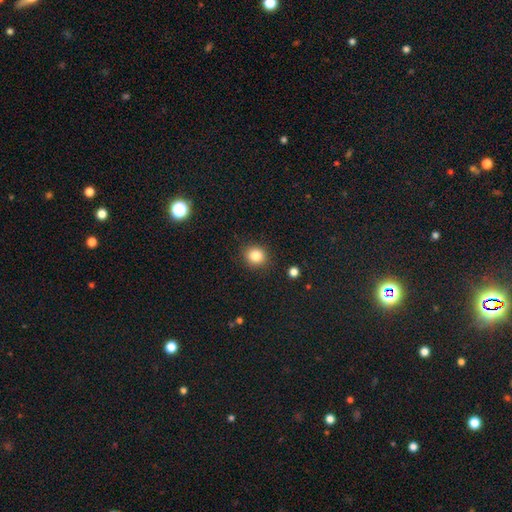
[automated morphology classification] smooth_or_featured: smooth (p=0.84) [alt: star or artifact p=0.11]
how_rounded: round (p=0.87) [alt: in between p=0.12]
merging: none (p=0.89) [alt: minor disturbance p=0.07]